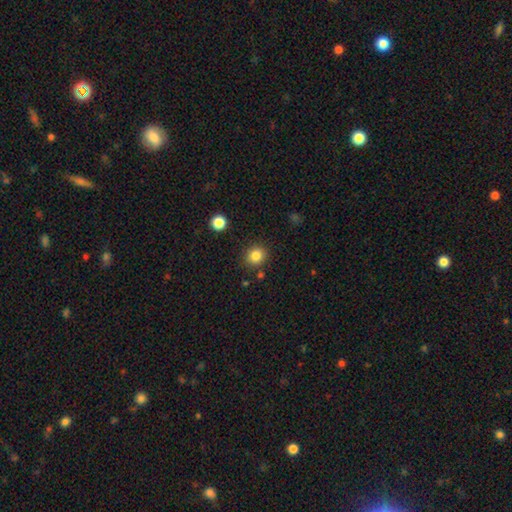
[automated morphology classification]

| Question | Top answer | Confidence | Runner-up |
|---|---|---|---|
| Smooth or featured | smooth | 84% | star or artifact (11%) |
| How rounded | round | 80% | in between (20%) |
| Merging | none | 87% | minor disturbance (8%) |